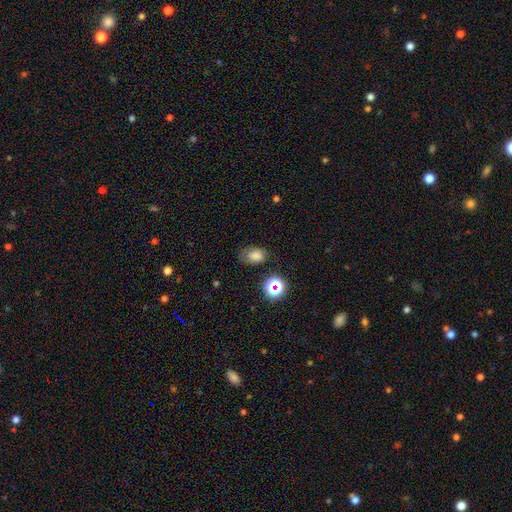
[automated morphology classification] Overall: smooth (75%). How rounded: in between (76%). Merging: none (64%; minor disturbance 24%).